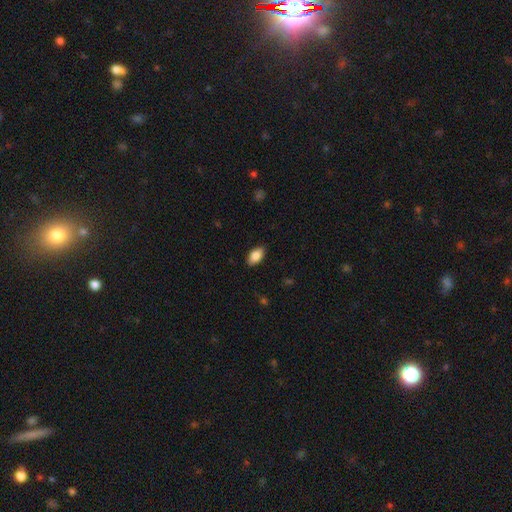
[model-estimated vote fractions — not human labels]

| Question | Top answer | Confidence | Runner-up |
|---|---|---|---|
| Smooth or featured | smooth | 86% | featured or disk (7%) |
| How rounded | in between | 93% | round (4%) |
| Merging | none | 87% | minor disturbance (10%) |